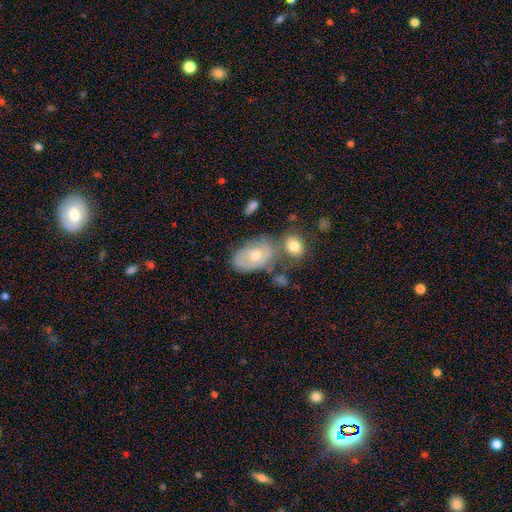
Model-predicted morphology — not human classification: smooth_or_featured: featured or disk (p=0.49) [alt: smooth p=0.42]
merging: none (p=0.46) [alt: minor disturbance p=0.23]